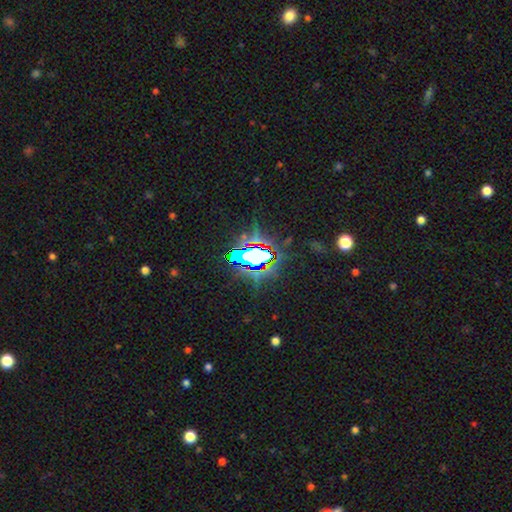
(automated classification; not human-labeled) smooth-or-featured: star or artifact: 72% | smooth: 16% | featured or disk: 13%